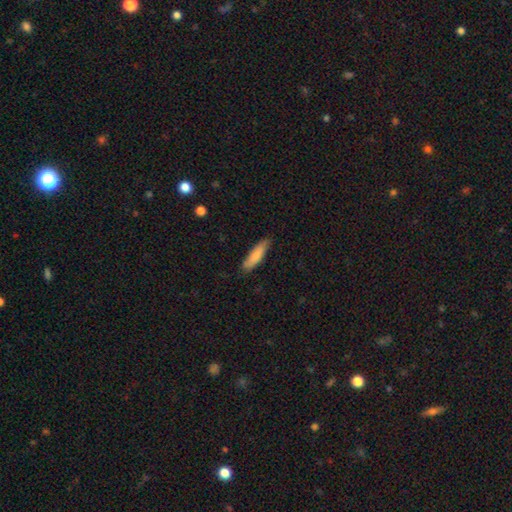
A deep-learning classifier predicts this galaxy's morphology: smooth_or_featured: smooth (p=0.83) [alt: featured or disk p=0.12]
how_rounded: cigar-shaped (p=0.69) [alt: in between p=0.29]
merging: none (p=0.81) [alt: minor disturbance p=0.16]